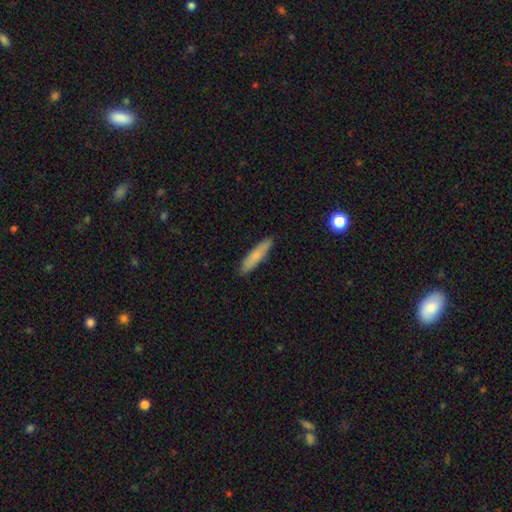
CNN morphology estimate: Smooth or featured?
  - smooth: 77% *
  - featured or disk: 17%
  - star or artifact: 6%
How rounded?
  - cigar-shaped: 85% *
  - in between: 13%
  - round: 2%
Merging?
  - none: 87% *
  - minor disturbance: 10%
  - major disturbance: 2%
  - merger: 1%